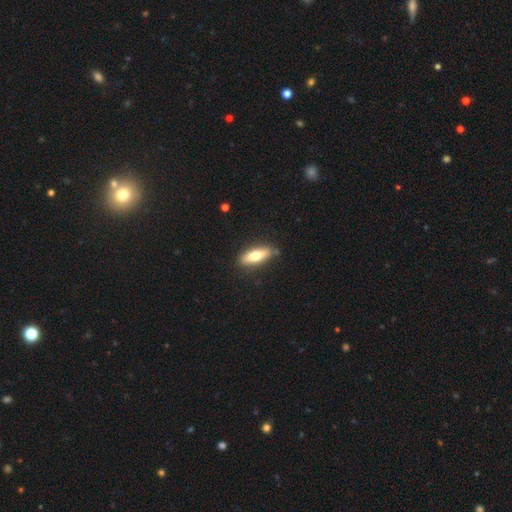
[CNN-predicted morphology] The model was most divided on "how rounded": in between: 59%, cigar-shaped: 38%, round: 2%. More confident: merging — none (82%); smooth or featured — smooth (67%).